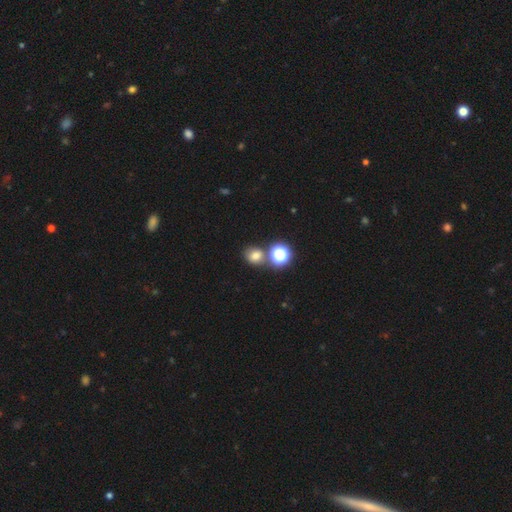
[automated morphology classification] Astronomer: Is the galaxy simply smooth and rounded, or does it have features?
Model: smooth — 72%.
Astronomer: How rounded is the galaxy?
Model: round — 66%.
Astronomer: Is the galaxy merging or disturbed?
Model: none — 65%.